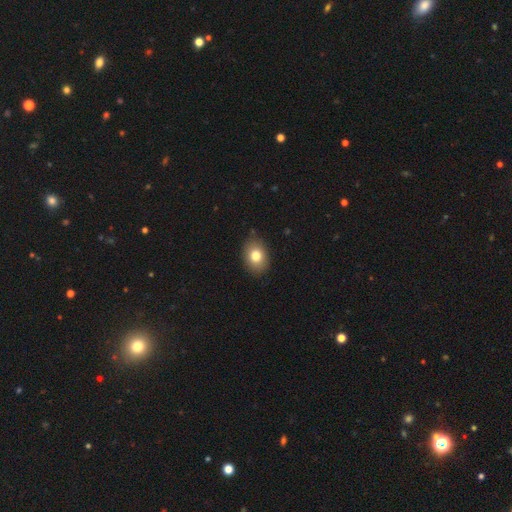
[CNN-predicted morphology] type=smooth (79%); roundness=in between (68%); merging=none (87%).